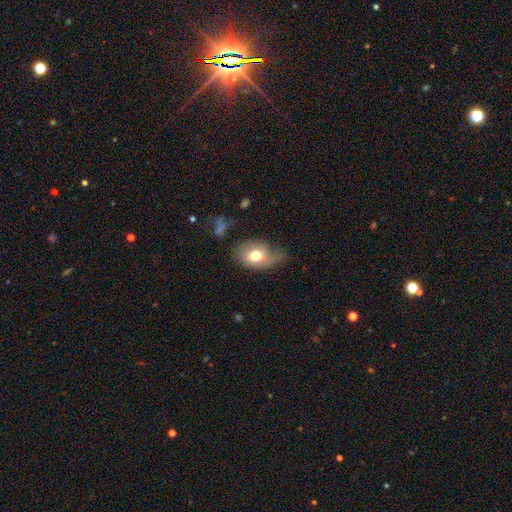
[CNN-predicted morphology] The model was most divided on "merging": none: 43%, minor disturbance: 36%, major disturbance: 18%, merger: 3%. More confident: how rounded — in between (77%); smooth or featured — smooth (69%).